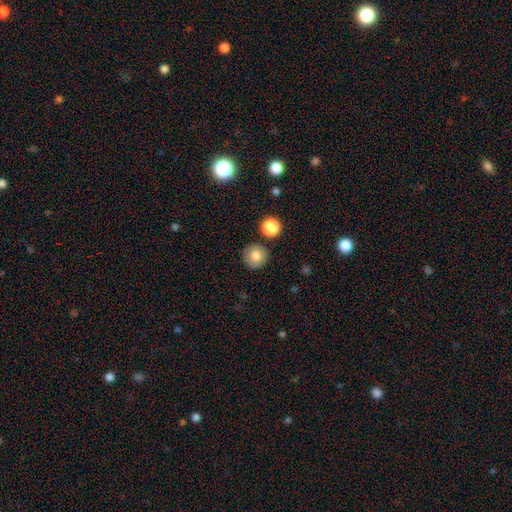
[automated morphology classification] Smooth or featured?
  - smooth: 80% *
  - featured or disk: 10%
  - star or artifact: 9%
How rounded?
  - round: 95% *
  - in between: 4%
  - cigar-shaped: 1%
Merging?
  - none: 87% *
  - minor disturbance: 7%
  - merger: 4%
  - major disturbance: 2%